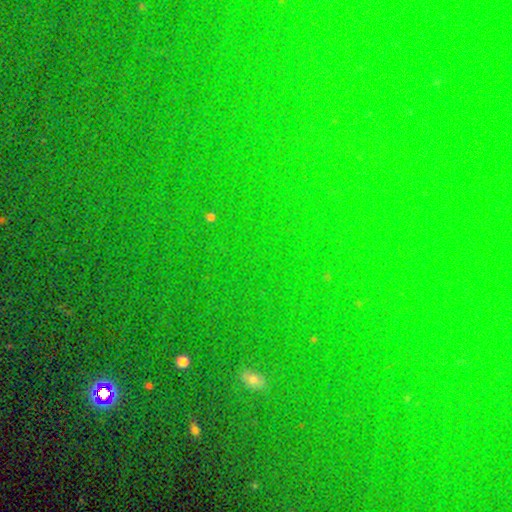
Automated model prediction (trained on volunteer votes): Overall: star or artifact (74%).